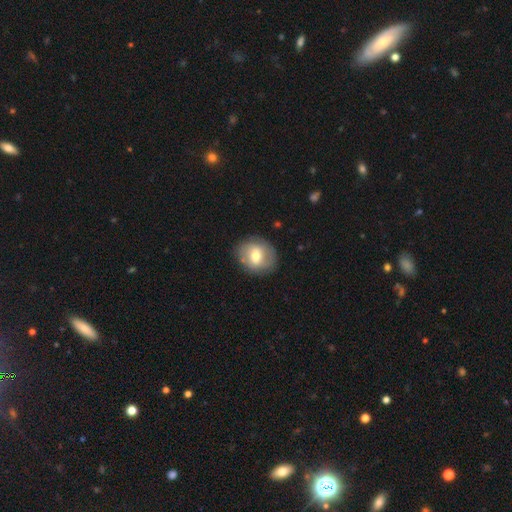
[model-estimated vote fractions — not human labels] This appears to be a smooth galaxy with no disk features (54%) that is round (68%). Merging: none (81%).